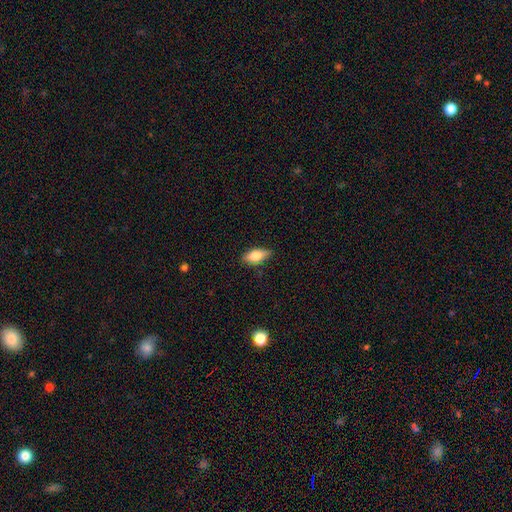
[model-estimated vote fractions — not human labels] Overall: smooth (73%). How rounded: in between (82%). Merging: none (78%).